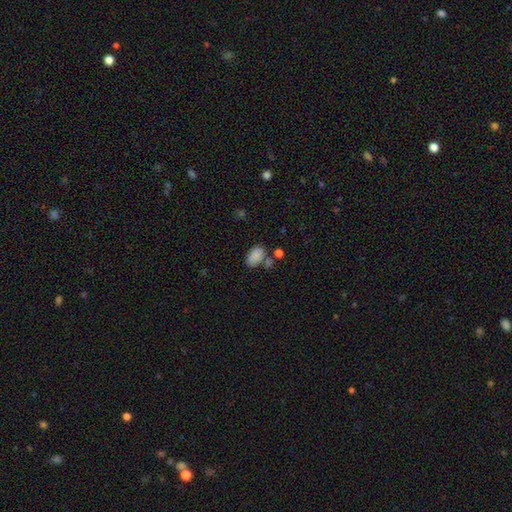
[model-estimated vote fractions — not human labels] Smooth or featured? smooth (85%)
How rounded? in between (91%)
Merging? none (61%)